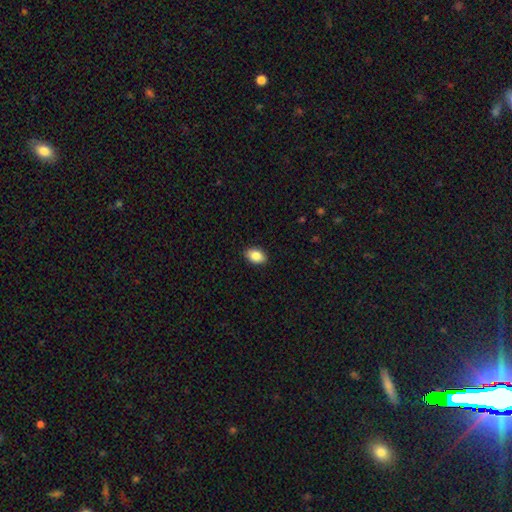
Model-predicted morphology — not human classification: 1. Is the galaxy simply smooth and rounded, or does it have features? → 87% smooth, 7% star or artifact, 6% featured or disk.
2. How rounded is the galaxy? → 88% in between, 11% round, 1% cigar-shaped.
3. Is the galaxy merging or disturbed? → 90% none, 8% minor disturbance, 2% major disturbance, 1% merger.